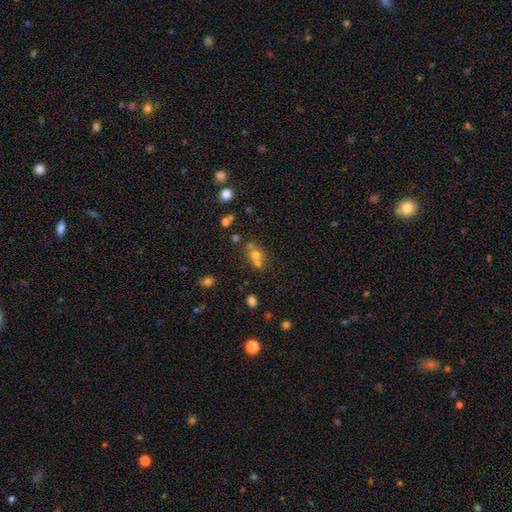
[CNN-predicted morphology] A smooth galaxy with no disk features (57%) that is round (57%).

Vote fractions:
- Smooth or featured? smooth: 57% / featured or disk: 24% / star or artifact: 20%
- How rounded? round: 57% / in between: 39% / cigar-shaped: 4%
- Merging? merger: 48% / none: 38% / minor disturbance: 9% / major disturbance: 5%